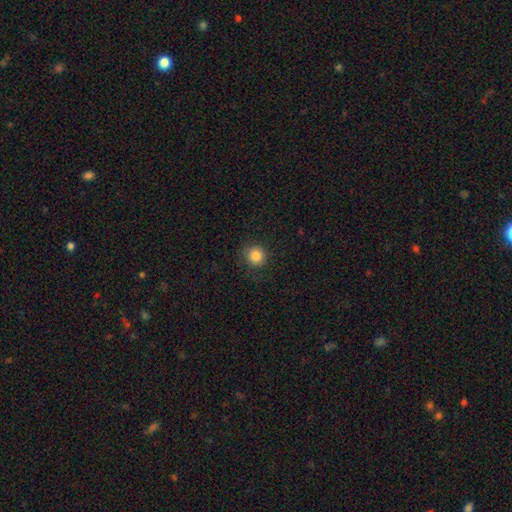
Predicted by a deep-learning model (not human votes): This is clearly a smooth galaxy (85%). How rounded: clearly round (93%). Merging: clearly none (86%).